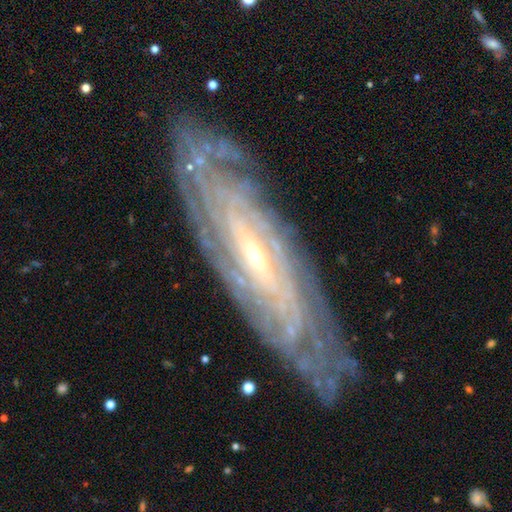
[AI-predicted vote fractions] Smooth or featured: featured or disk — 86% (star or artifact — 7%)
Edge-on disk: no — 81% (yes — 19%)
Bar: weak — 39% (no — 33%)
Spiral arms: yes — 96% (no — 4%)
Spiral winding: tight — 80% (medium — 17%)
Spiral arm count: can't tell — 43% (more than 4 — 14%)
Bulge size: small — 71% (moderate — 25%)
Merging: none — 83% (minor disturbance — 12%)